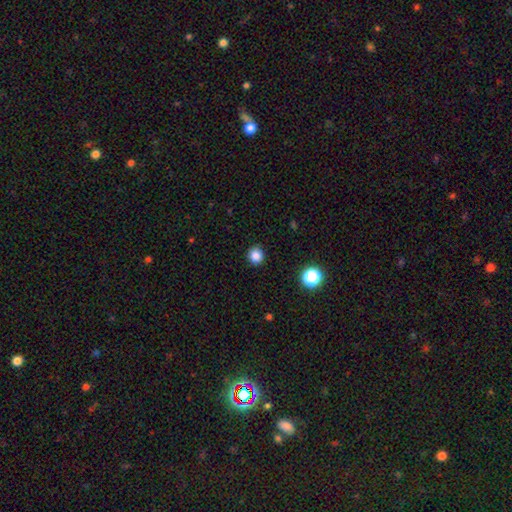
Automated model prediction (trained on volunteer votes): Q: Smooth or featured?
A: smooth (85%); runner-up: star or artifact (12%)
Q: How rounded?
A: round (92%); runner-up: in between (7%)
Q: Merging?
A: none (91%); runner-up: minor disturbance (7%)